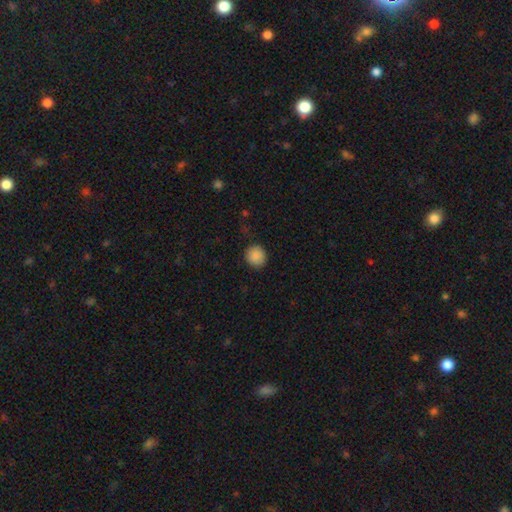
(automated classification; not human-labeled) A smooth galaxy with no disk features (88%) that is round (90%). Merging: none (89%).